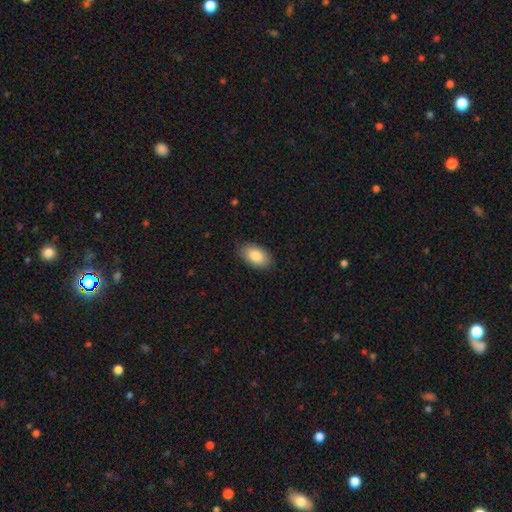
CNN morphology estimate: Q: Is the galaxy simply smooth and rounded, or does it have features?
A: smooth — 86%.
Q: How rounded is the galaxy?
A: in between — 94%.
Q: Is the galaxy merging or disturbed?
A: none — 87%.